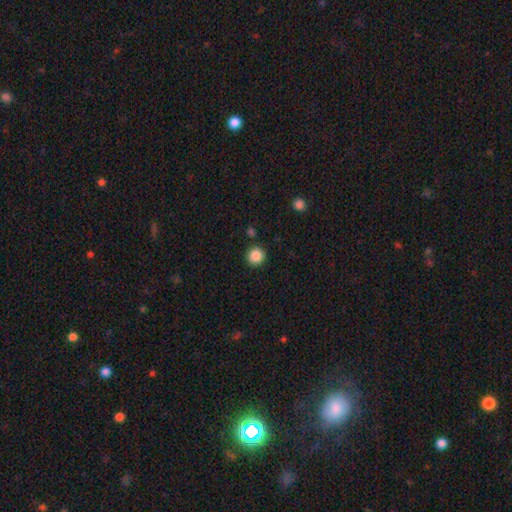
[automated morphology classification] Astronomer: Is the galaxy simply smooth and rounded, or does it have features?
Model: smooth — 87%.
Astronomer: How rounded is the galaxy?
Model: round — 93%.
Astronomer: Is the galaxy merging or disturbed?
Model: none — 90%.